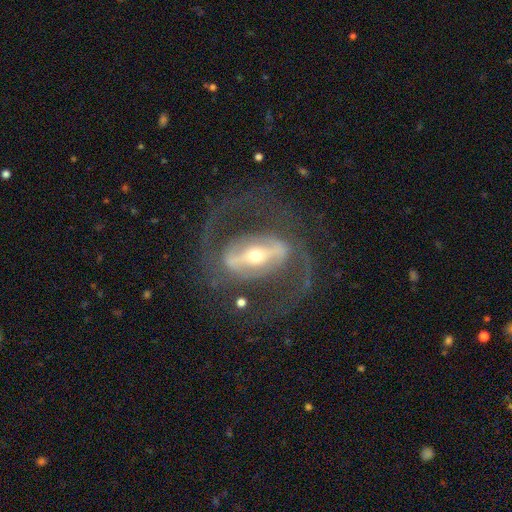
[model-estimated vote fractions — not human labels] This appears to be a featured or disk galaxy (88%) with a strong bar (75%), 2 (87%) medium (51%) spiral arms (80%) and a moderate central bulge (49%). Merging: none (69%).